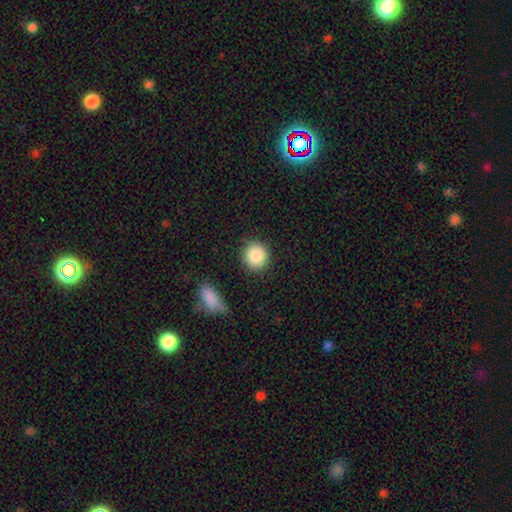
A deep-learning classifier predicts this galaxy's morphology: Smooth or featured?
  - smooth: 87% *
  - star or artifact: 8%
  - featured or disk: 5%
How rounded?
  - round: 89% *
  - in between: 10%
  - cigar-shaped: 1%
Merging?
  - none: 87% *
  - minor disturbance: 8%
  - major disturbance: 2%
  - merger: 2%